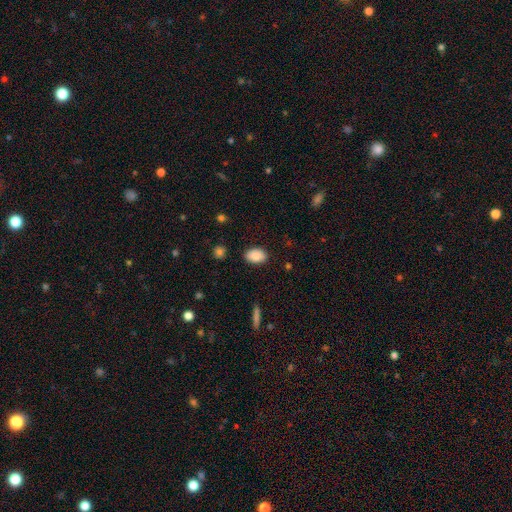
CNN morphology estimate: The model was most divided on "merging": none: 87%, minor disturbance: 10%, major disturbance: 2%, merger: 1%. More confident: how rounded — in between (89%); smooth or featured — smooth (87%).